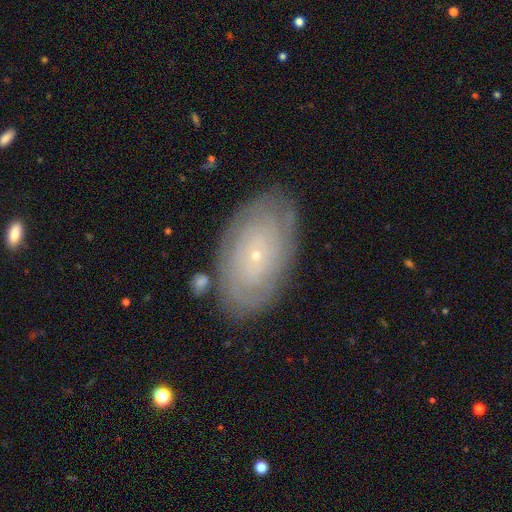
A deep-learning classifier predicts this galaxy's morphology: The model was most divided on "spiral arm count": can't tell: 58%, 2: 11%, 4: 9%, more than 4: 9%, 3: 8%, 1: 5%. More confident: edge-on disk — no (95%); bulge size — small (90%); bar — no (88%); spiral winding — tight (83%); merging — none (81%); spiral arms — yes (79%); smooth or featured — featured or disk (70%).